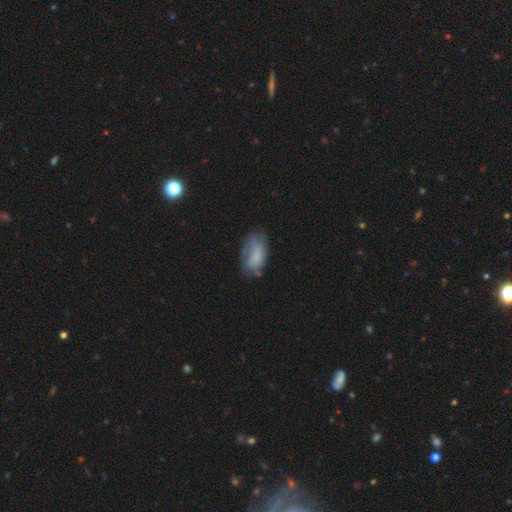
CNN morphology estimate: smooth_or_featured: smooth (p=0.69) [alt: featured or disk p=0.22]
how_rounded: in between (p=0.92) [alt: round p=0.05]
merging: none (p=0.48) [alt: minor disturbance p=0.31]